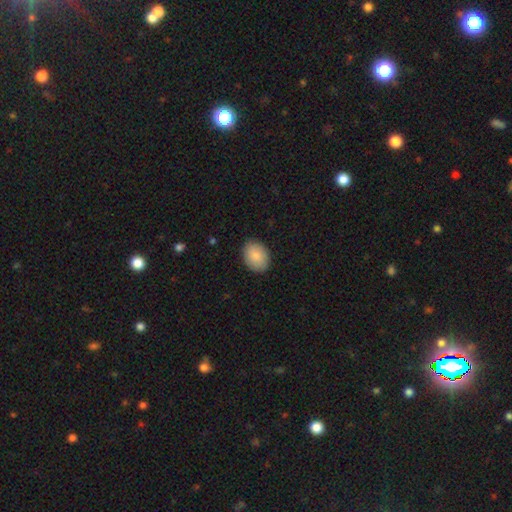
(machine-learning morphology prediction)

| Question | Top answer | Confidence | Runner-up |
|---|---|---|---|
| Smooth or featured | smooth | 88% | star or artifact (6%) |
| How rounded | in between | 72% | round (27%) |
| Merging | none | 88% | minor disturbance (9%) |